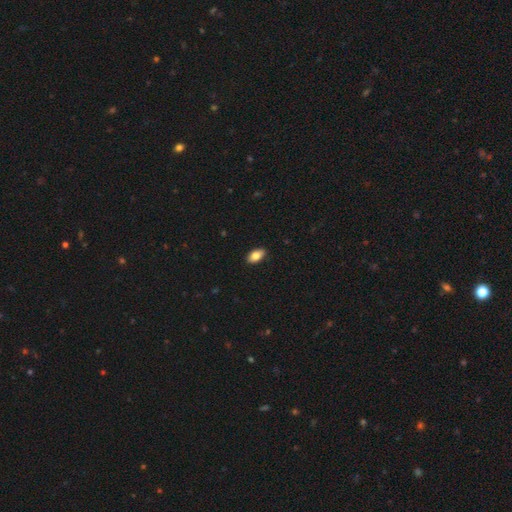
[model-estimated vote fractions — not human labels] Q: Smooth or featured?
A: smooth (84%); runner-up: featured or disk (9%)
Q: How rounded?
A: in between (92%); runner-up: round (4%)
Q: Merging?
A: none (89%); runner-up: minor disturbance (8%)